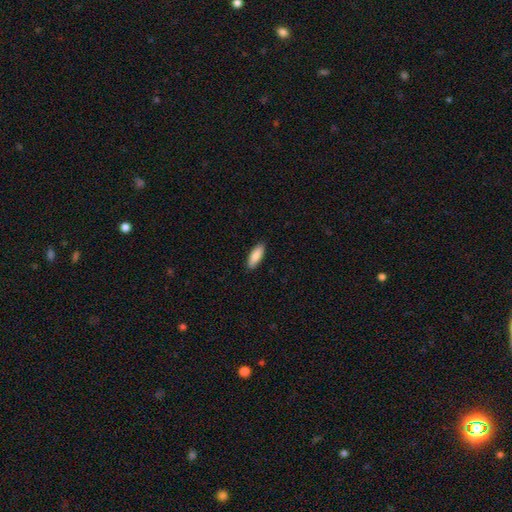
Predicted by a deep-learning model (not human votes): The model was most divided on "how rounded": in between: 64%, cigar-shaped: 35%, round: 2%. More confident: merging — none (90%); smooth or featured — smooth (87%).